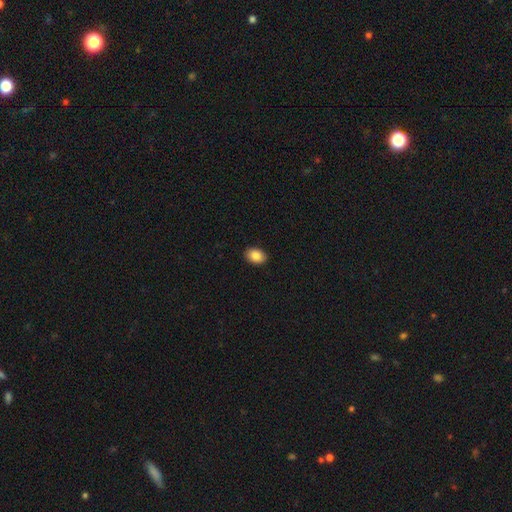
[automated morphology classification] smooth-or-featured: smooth: 87% | star or artifact: 8% | featured or disk: 5%
  how-rounded: in between: 78% | round: 21% | cigar-shaped: 1%
  merging: none: 91% | minor disturbance: 6% | major disturbance: 2% | merger: 1%